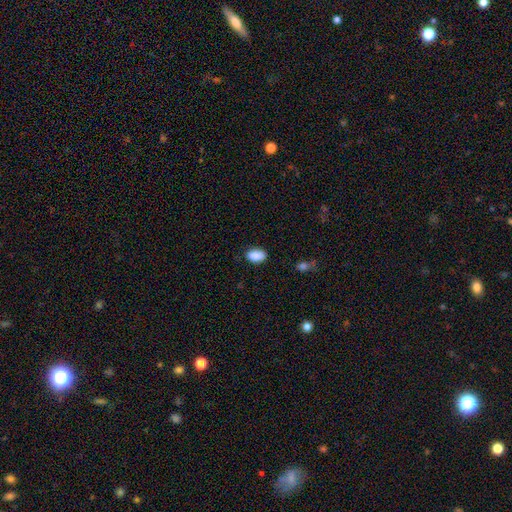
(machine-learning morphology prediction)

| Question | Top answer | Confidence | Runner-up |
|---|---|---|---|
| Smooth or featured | smooth | 89% | star or artifact (7%) |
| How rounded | in between | 89% | round (9%) |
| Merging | none | 82% | minor disturbance (14%) |